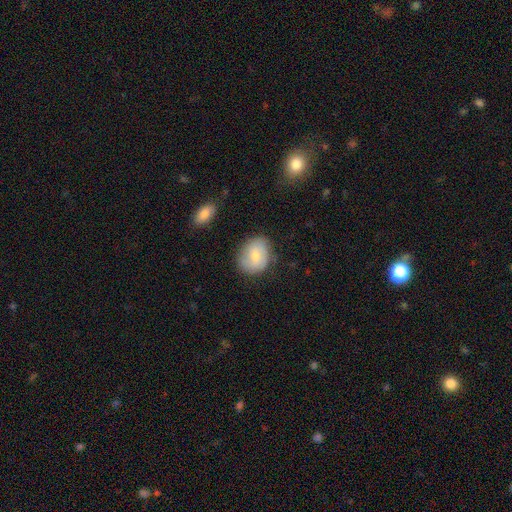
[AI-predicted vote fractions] Smooth or featured? smooth (67%)
How rounded? round (51%)
Merging? none (74%)